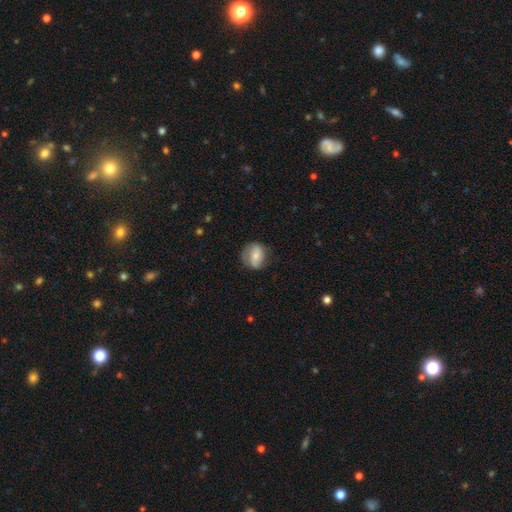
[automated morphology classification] Overall: smooth (49%; featured or disk 44%). Merging: none (66%).